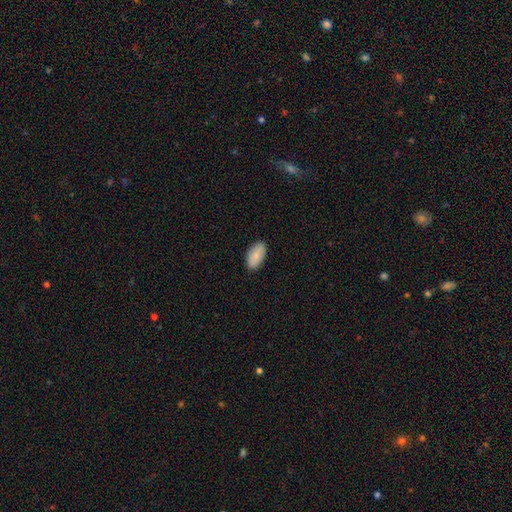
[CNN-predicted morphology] type=smooth (83%); roundness=in between (95%); merging=none (88%).